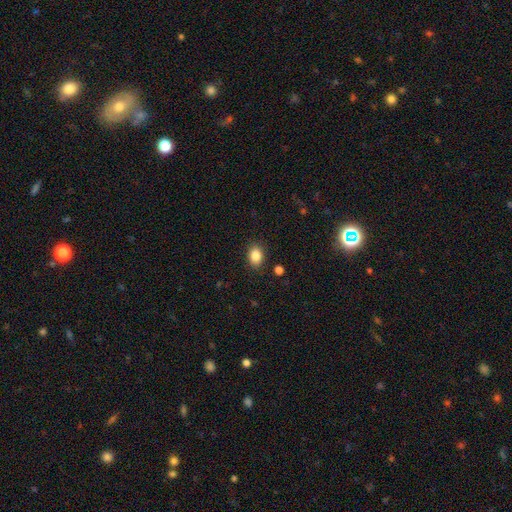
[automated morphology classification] Q: Smooth or featured?
A: smooth (86%); runner-up: star or artifact (9%)
Q: How rounded?
A: in between (72%); runner-up: round (27%)
Q: Merging?
A: none (87%); runner-up: minor disturbance (9%)